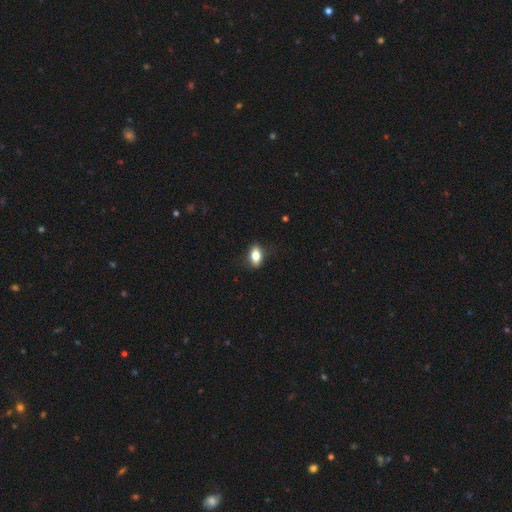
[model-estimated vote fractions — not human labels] A smooth galaxy with no disk features (74%) that is in between round and cigar-shaped (81%). Merging: none (82%).